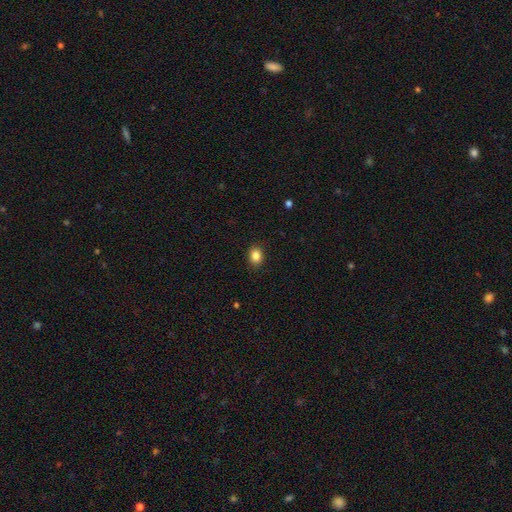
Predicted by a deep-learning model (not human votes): Smooth or featured? Predicted: smooth (p=0.85). How rounded? Predicted: in between (p=0.53). Merging? Predicted: none (p=0.89).